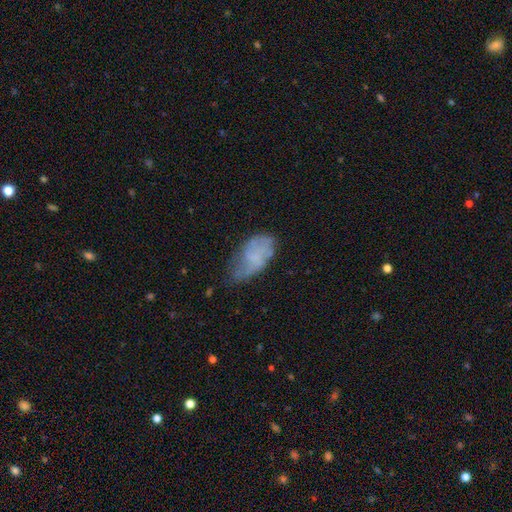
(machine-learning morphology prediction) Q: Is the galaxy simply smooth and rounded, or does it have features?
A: smooth — 51%.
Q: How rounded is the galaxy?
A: in between — 93%.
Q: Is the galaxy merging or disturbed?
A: none — 39%.